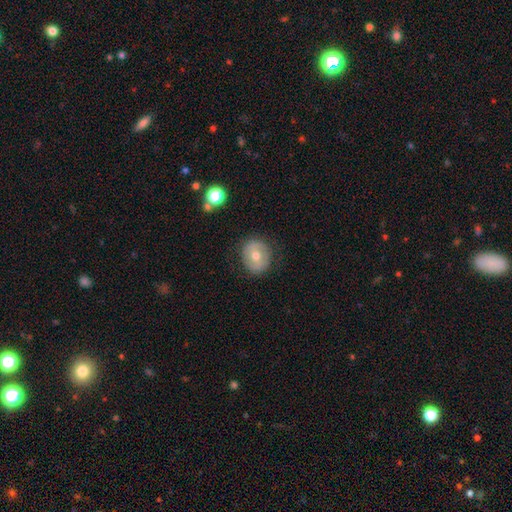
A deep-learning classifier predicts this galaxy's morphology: smooth_or_featured: smooth (p=0.54) [alt: featured or disk p=0.37]
how_rounded: round (p=0.75) [alt: in between p=0.24]
merging: none (p=0.82) [alt: minor disturbance p=0.13]